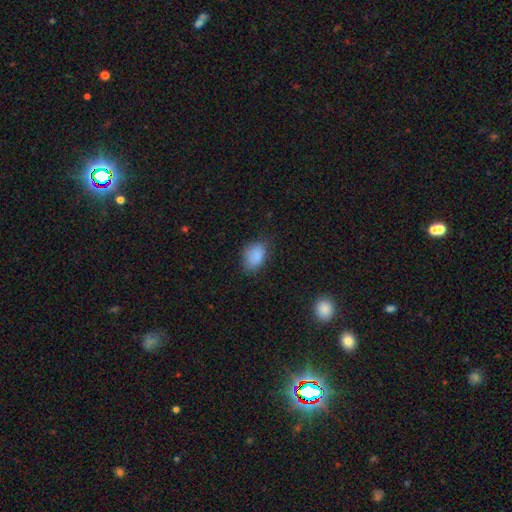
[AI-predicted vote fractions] Smooth or featured? Predicted: smooth (p=0.86). How rounded? Predicted: in between (p=0.83). Merging? Predicted: none (p=0.72).